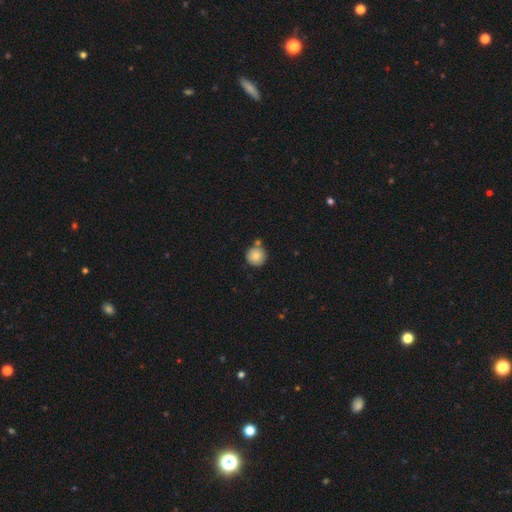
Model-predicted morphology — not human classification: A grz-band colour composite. It shows a smooth galaxy with no disk features (84%) that is round (95%). Merging: none (73%).